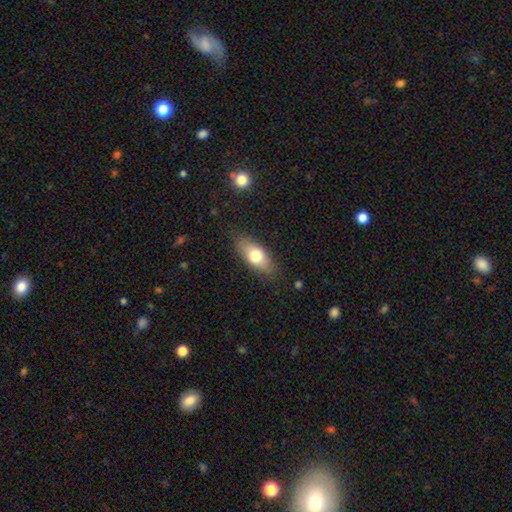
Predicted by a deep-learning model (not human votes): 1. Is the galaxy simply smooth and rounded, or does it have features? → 71% smooth, 21% featured or disk, 7% star or artifact.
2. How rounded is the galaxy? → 80% in between, 15% cigar-shaped, 5% round.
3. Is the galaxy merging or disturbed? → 83% none, 13% minor disturbance, 3% major disturbance, 1% merger.